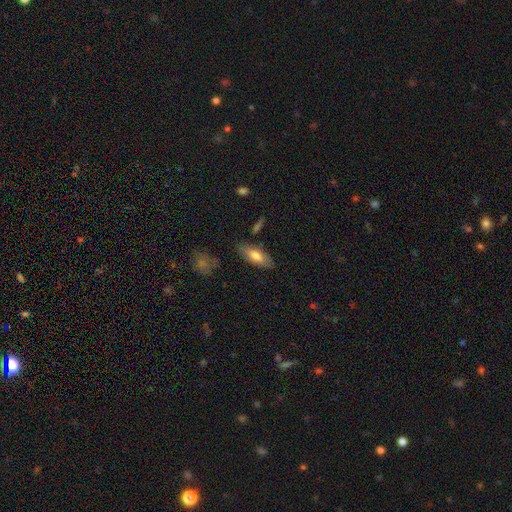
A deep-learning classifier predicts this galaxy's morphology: smooth_or_featured: smooth (p=0.74) [alt: featured or disk p=0.20]
how_rounded: in between (p=0.74) [alt: cigar-shaped p=0.24]
merging: none (p=0.81) [alt: minor disturbance p=0.13]